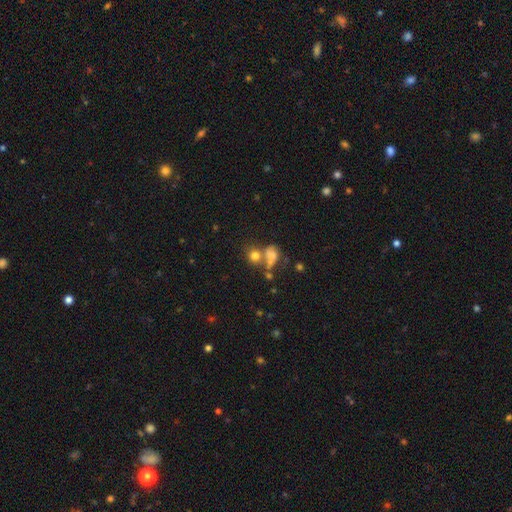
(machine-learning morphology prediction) Smooth or featured: smooth — 64% (star or artifact — 20%)
How rounded: round — 67% (in between — 31%)
Merging: none — 40% (tied with merger — 40%)